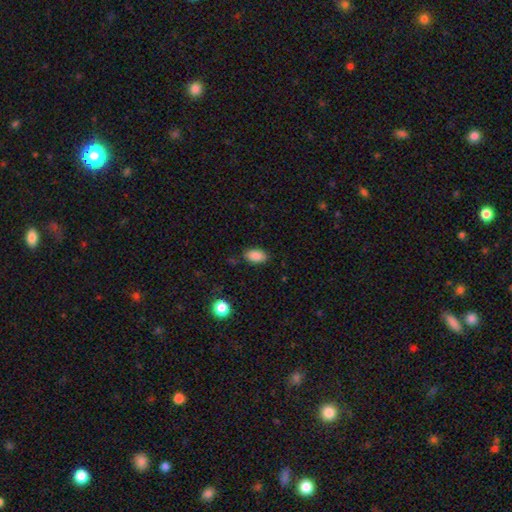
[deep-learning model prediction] Q: Smooth or featured?
A: smooth (87%); runner-up: star or artifact (8%)
Q: How rounded?
A: in between (92%); runner-up: round (6%)
Q: Merging?
A: none (83%); runner-up: minor disturbance (13%)